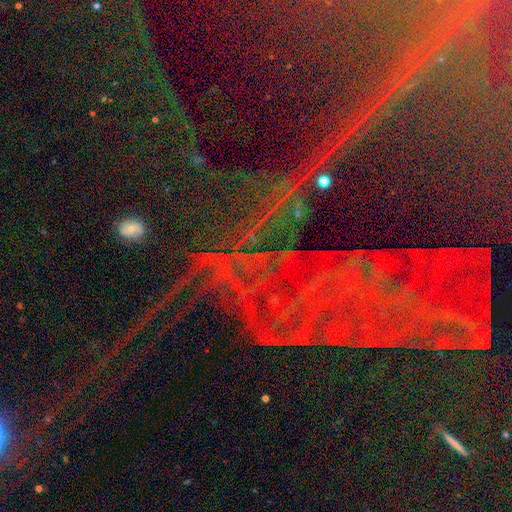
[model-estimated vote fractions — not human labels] Smooth or featured? Predicted: star or artifact (p=0.85).